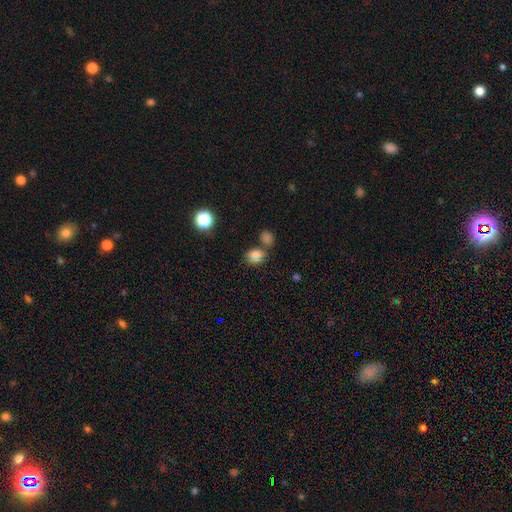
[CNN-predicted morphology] Q: Smooth or featured?
A: smooth (71%); runner-up: star or artifact (19%)
Q: How rounded?
A: in between (55%); runner-up: round (43%)
Q: Merging?
A: none (59%); runner-up: merger (21%)